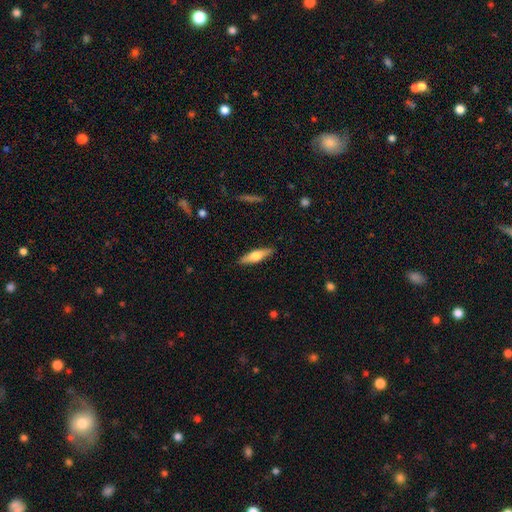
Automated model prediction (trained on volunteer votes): Smooth or featured? Predicted: smooth (p=0.57). How rounded? Predicted: cigar-shaped (p=0.63). Merging? Predicted: none (p=0.89).